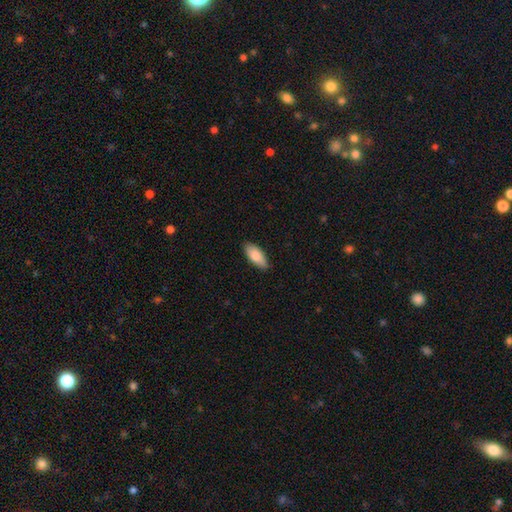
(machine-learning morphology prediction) smooth 85%, featured or disk 9%, star or artifact 6%. Down the decision tree: how rounded — in between (86%); merging — none (85%).